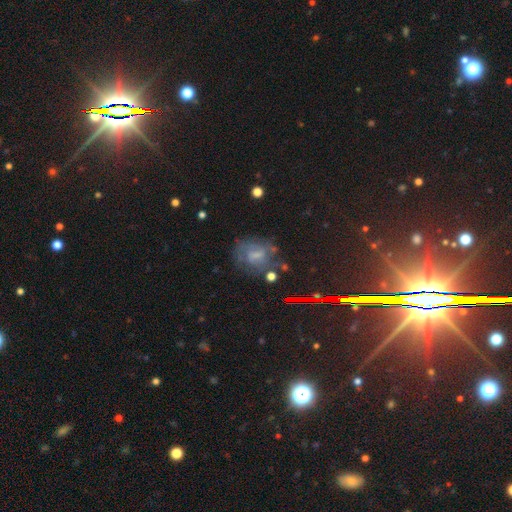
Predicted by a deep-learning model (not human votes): Smooth or featured? Predicted: featured or disk (p=0.46). Merging? Predicted: none (p=0.56).